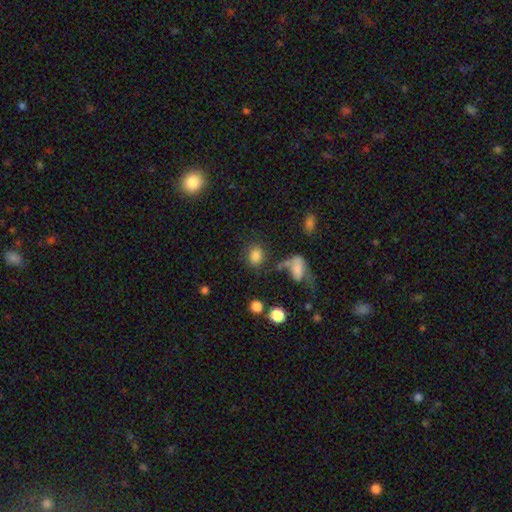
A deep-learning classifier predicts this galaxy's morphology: This appears to be a smooth galaxy with no disk features (81%) that is in between round and cigar-shaped (52%). Merging: none (62%).